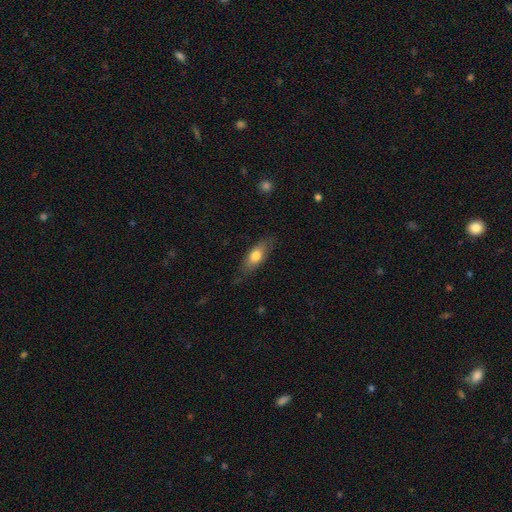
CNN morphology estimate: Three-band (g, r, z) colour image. It shows a smooth galaxy with no disk features (71%) that is in between round and cigar-shaped (70%). Merging: none (77%).